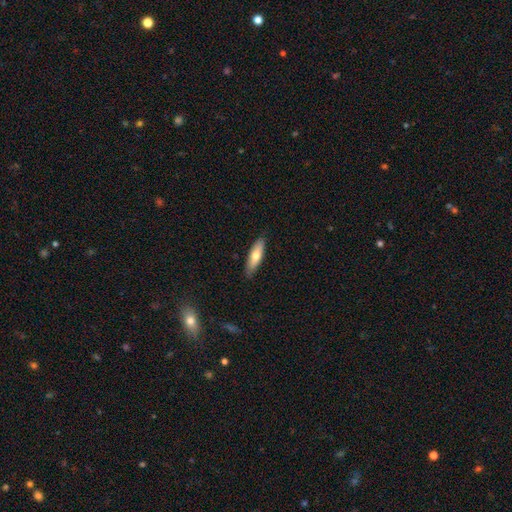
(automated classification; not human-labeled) This appears to be a smooth galaxy with no disk features (65%) that is cigar-shaped (57%). Merging: none (87%).